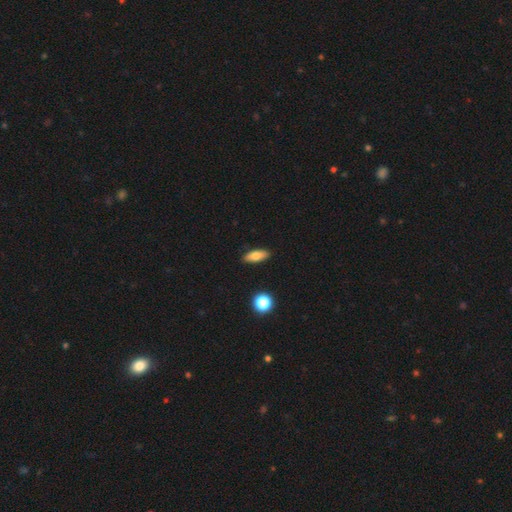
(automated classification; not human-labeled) This is likely a smooth galaxy (76%). How rounded: likely in between (71%). Merging: clearly none (89%).